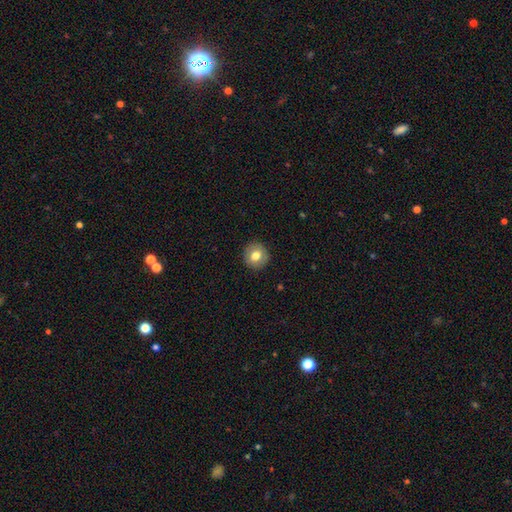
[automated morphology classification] This is likely a smooth galaxy (77%). How rounded: clearly round (91%). Merging: clearly none (91%).